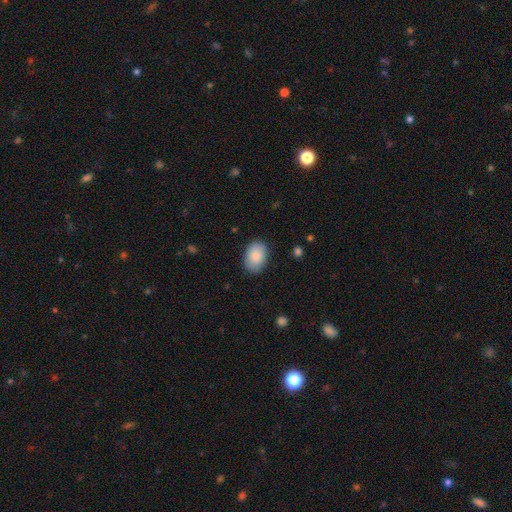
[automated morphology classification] This appears to be a smooth galaxy with no disk features (86%) that is in between round and cigar-shaped (83%). Merging: none (84%).